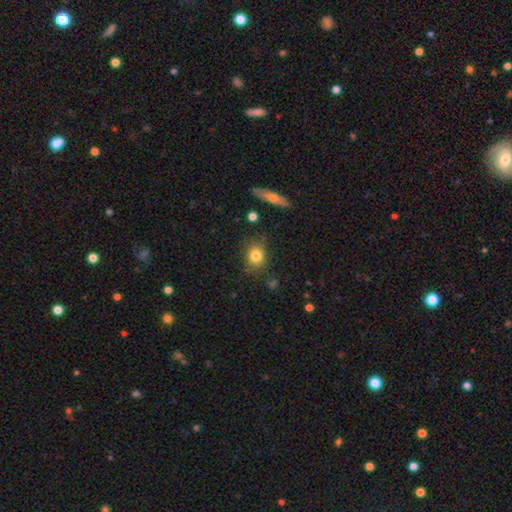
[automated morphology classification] Smooth or featured? smooth (82%)
How rounded? round (62%)
Merging? none (78%)